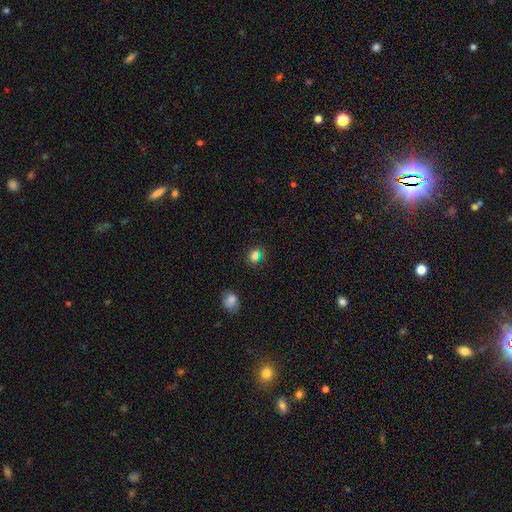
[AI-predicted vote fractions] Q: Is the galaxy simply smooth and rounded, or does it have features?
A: smooth — 66%.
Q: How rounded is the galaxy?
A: round — 74%.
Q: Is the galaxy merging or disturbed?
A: none — 85%.